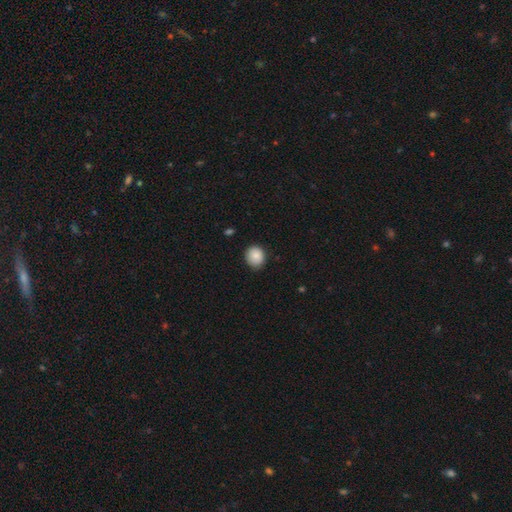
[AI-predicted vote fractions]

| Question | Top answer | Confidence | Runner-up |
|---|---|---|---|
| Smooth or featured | smooth | 84% | star or artifact (8%) |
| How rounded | round | 83% | in between (16%) |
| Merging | none | 83% | minor disturbance (13%) |